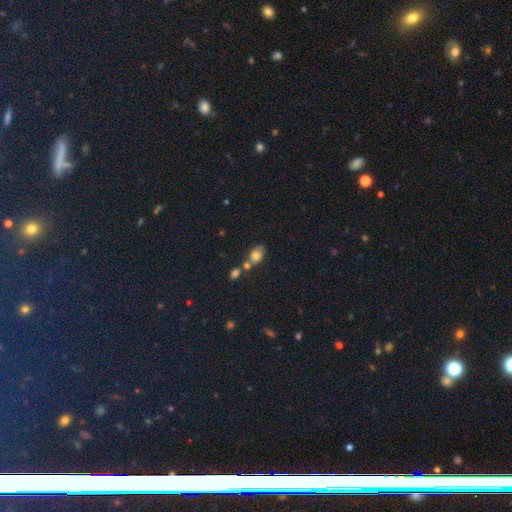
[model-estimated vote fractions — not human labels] Smooth or featured?
  - smooth: 70% *
  - featured or disk: 16%
  - star or artifact: 14%
How rounded?
  - in between: 77% *
  - round: 20%
  - cigar-shaped: 3%
Merging?
  - none: 43% *
  - merger: 37%
  - minor disturbance: 15%
  - major disturbance: 5%